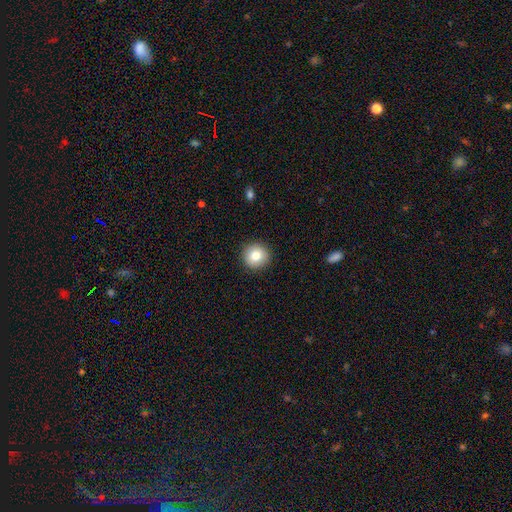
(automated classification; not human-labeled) smooth_or_featured: smooth (p=0.82) [alt: featured or disk p=0.09]
how_rounded: round (p=0.93) [alt: in between p=0.06]
merging: none (p=0.91) [alt: minor disturbance p=0.06]